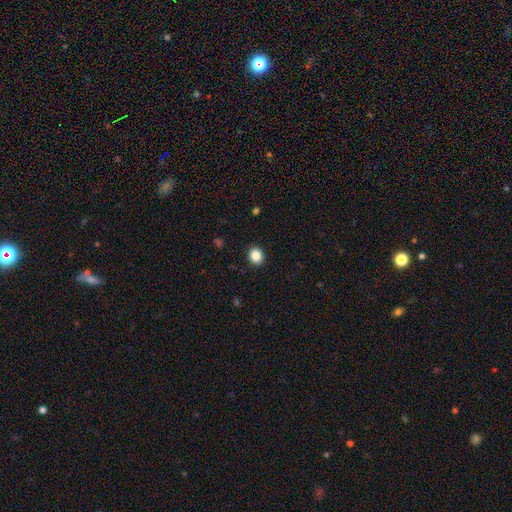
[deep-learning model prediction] Smooth or featured? Predicted: smooth (p=0.86). How rounded? Predicted: round (p=0.71). Merging? Predicted: none (p=0.91).